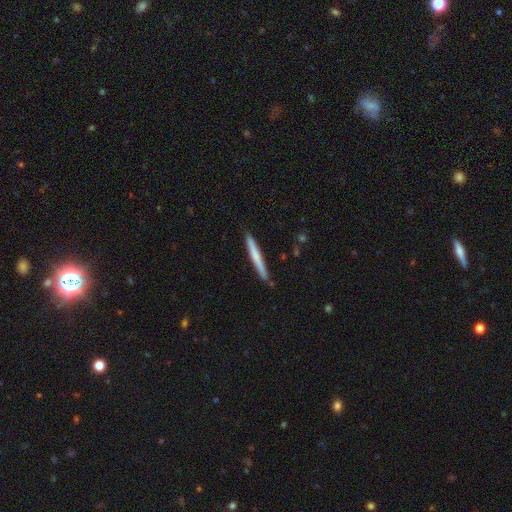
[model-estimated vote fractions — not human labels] A smooth galaxy with no disk features (60%) that is cigar-shaped (97%).

Vote fractions:
- Smooth or featured? smooth: 60% / featured or disk: 35% / star or artifact: 5%
- How rounded? cigar-shaped: 97% / in between: 2% / round: 1%
- Merging? none: 87% / minor disturbance: 9% / merger: 2% / major disturbance: 1%